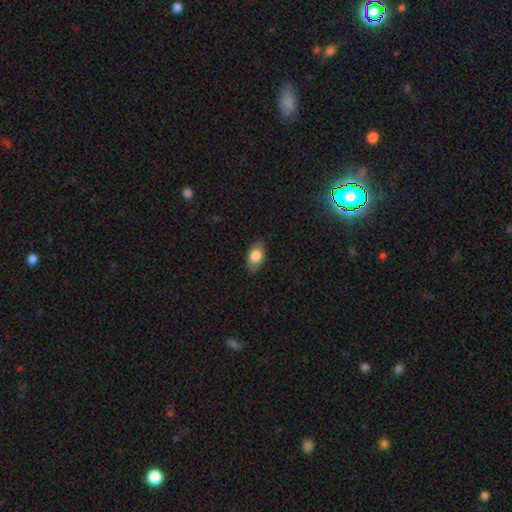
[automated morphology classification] A smooth galaxy with no disk features (81%) that is in between round and cigar-shaped (90%).

Vote fractions:
- Smooth or featured? smooth: 81% / featured or disk: 12% / star or artifact: 7%
- How rounded? in between: 90% / round: 8% / cigar-shaped: 2%
- Merging? none: 84% / minor disturbance: 12% / major disturbance: 3% / merger: 1%